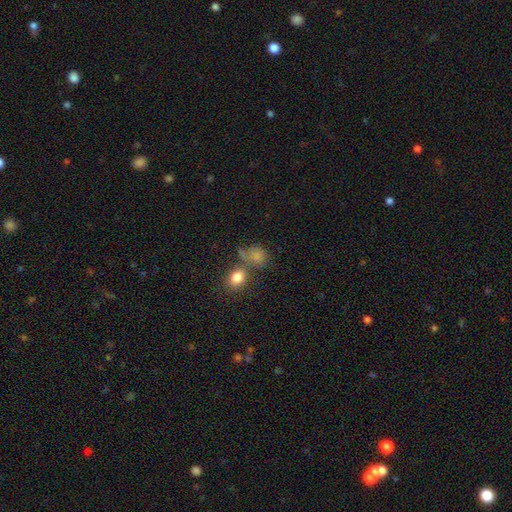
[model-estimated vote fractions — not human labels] Smooth or featured: smooth — 75% (star or artifact — 14%)
How rounded: round — 55% (in between — 43%)
Merging: none — 47% (merger — 23%)